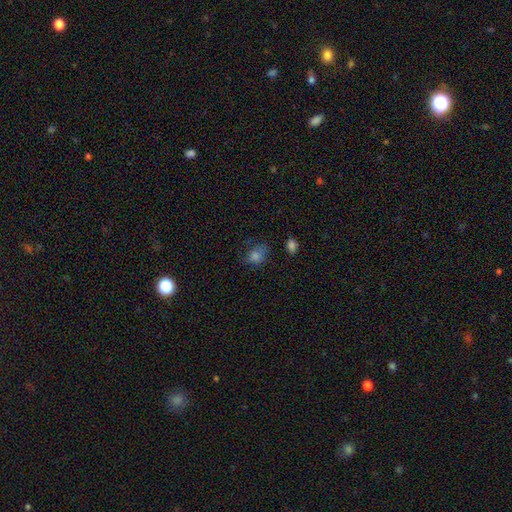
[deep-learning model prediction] A smooth galaxy with no disk features (70%) that is round (51%). Merging: none (60%).